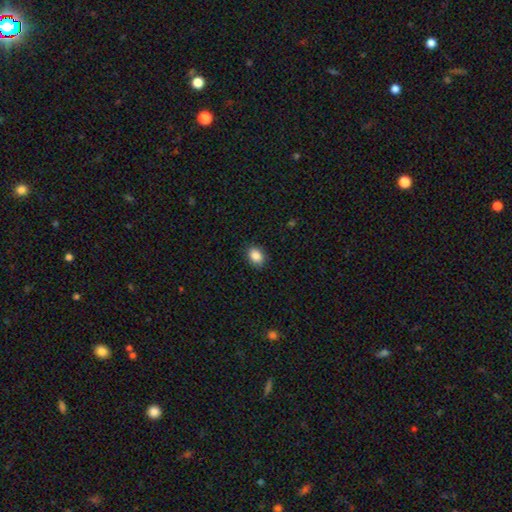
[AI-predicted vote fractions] The model was most divided on "how rounded": in between: 68%, round: 31%, cigar-shaped: 1%. More confident: merging — none (89%); smooth or featured — smooth (87%).